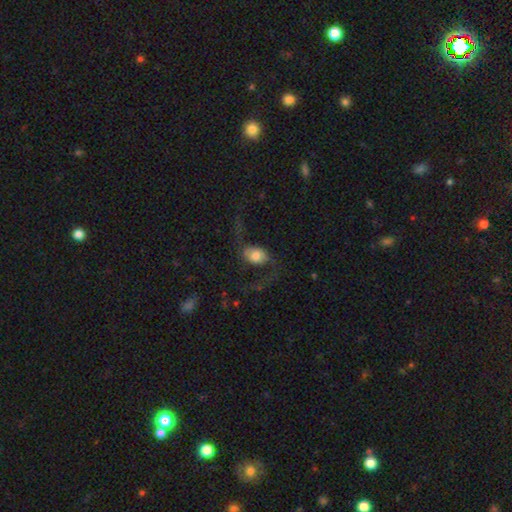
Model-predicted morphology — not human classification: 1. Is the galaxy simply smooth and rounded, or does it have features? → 51% featured or disk, 41% smooth, 8% star or artifact.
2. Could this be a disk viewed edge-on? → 94% no, 6% yes.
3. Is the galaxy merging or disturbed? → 44% none, 37% major disturbance, 15% minor disturbance, 3% merger.